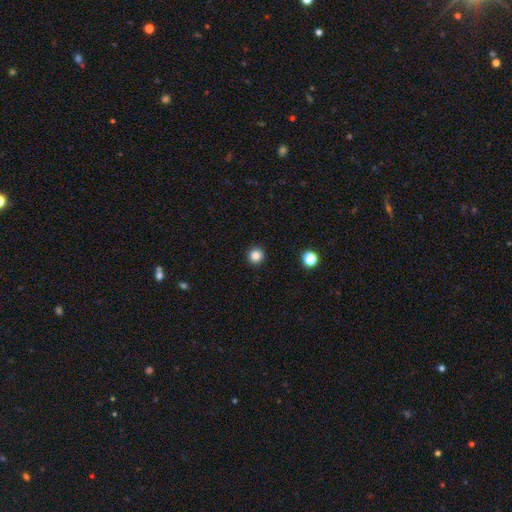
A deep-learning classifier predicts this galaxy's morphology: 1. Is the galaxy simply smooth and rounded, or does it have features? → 85% smooth, 12% star or artifact, 3% featured or disk.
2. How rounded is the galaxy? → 94% round, 5% in between, 1% cigar-shaped.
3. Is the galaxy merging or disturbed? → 92% none, 5% minor disturbance, 2% major disturbance, 1% merger.